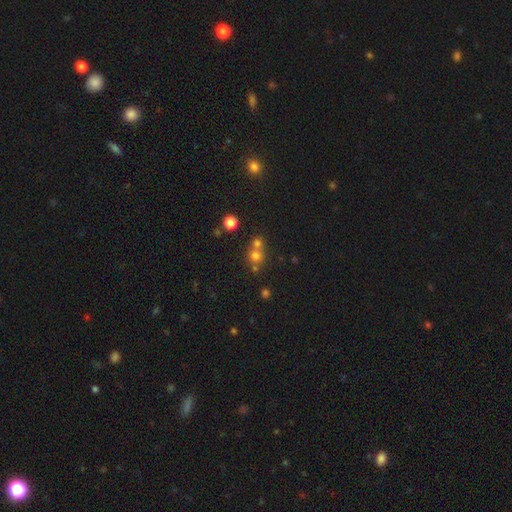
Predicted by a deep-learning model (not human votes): The model was most divided on "merging": none: 47%, merger: 45%, minor disturbance: 6%, major disturbance: 2%. More confident: how rounded — round (87%); smooth or featured — smooth (69%).